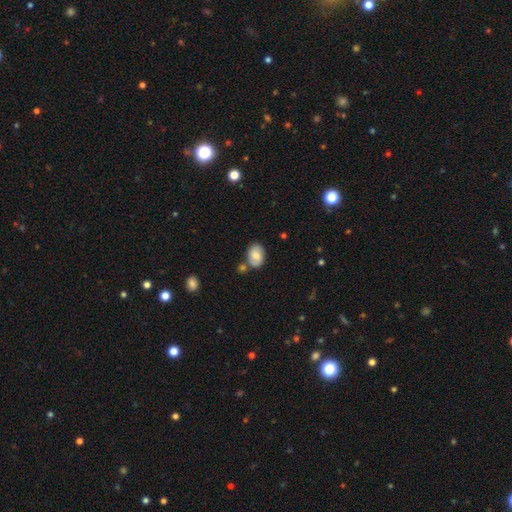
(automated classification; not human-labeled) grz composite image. It shows a smooth galaxy with no disk features (74%) that is in between round and cigar-shaped (75%). Merging: none (64%).